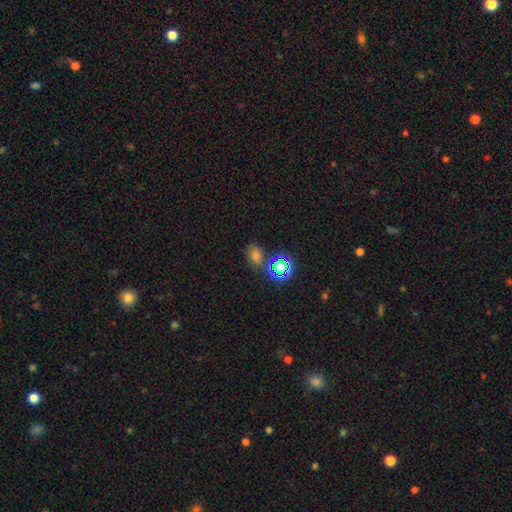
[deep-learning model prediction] A smooth galaxy with no disk features (53%) that is in between round and cigar-shaped (49%, tied with round).

Vote fractions:
- Smooth or featured? smooth: 53% / star or artifact: 40% / featured or disk: 8%
- How rounded? in between: 49% (tied) / round: 49% (tied) / cigar-shaped: 2%
- Merging? none: 77% / minor disturbance: 11% / merger: 8% / major disturbance: 4%